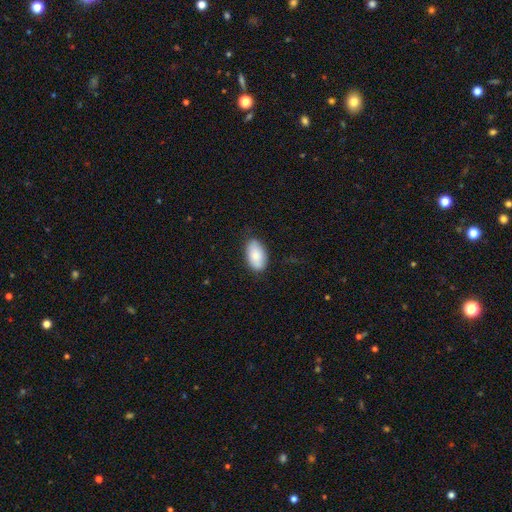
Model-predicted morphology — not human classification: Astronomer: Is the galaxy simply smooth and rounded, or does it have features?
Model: smooth — 82%.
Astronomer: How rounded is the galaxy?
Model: in between — 94%.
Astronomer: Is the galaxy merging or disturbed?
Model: none — 79%.